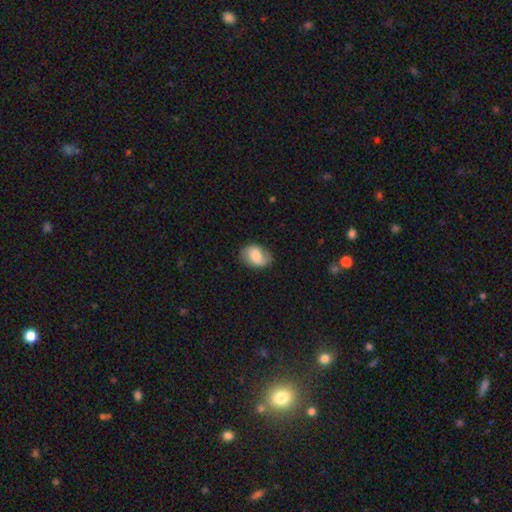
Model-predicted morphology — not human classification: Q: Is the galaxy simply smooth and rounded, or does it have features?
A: smooth — 58%.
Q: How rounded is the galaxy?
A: in between — 69%.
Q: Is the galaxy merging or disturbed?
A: none — 68%.